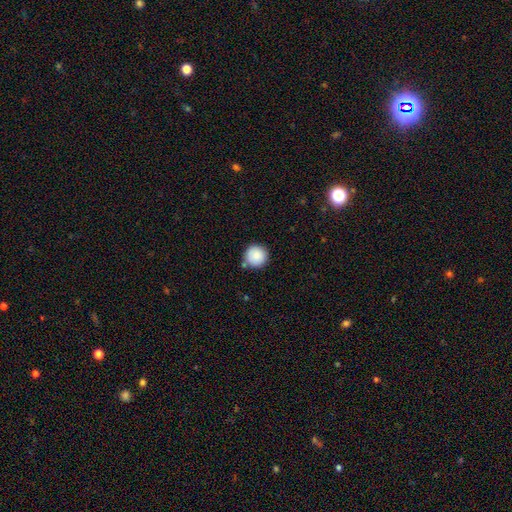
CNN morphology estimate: This is clearly a smooth galaxy (87%). How rounded: clearly round (95%). Merging: likely none (80%).